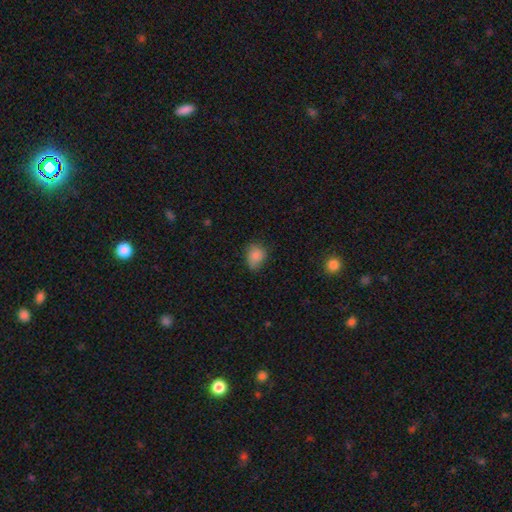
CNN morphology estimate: The model was most divided on "how rounded": in between: 54%, round: 45%, cigar-shaped: 1%. More confident: smooth or featured — smooth (84%); merging — none (62%).